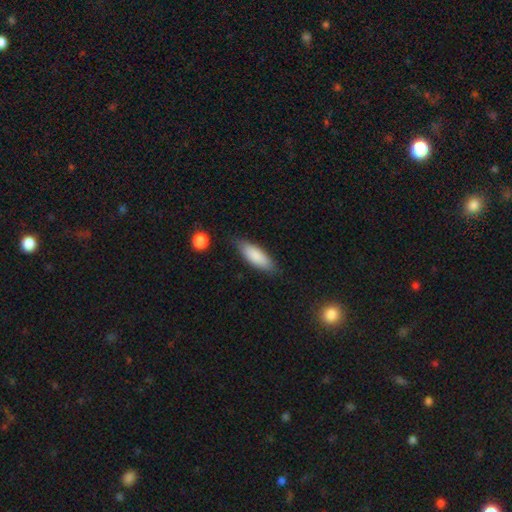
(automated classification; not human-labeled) Smooth or featured: smooth — 84% (featured or disk — 10%)
How rounded: in between — 60% (cigar-shaped — 38%)
Merging: none — 78% (minor disturbance — 17%)